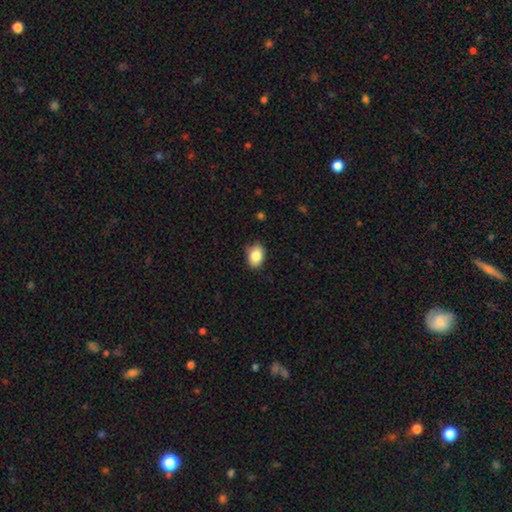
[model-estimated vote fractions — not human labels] A smooth galaxy with no disk features (85%) that is in between round and cigar-shaped (79%).

Vote fractions:
- Smooth or featured? smooth: 85% / star or artifact: 8% / featured or disk: 7%
- How rounded? in between: 79% / round: 20% / cigar-shaped: 1%
- Merging? none: 82% / minor disturbance: 14% / major disturbance: 2% / merger: 1%